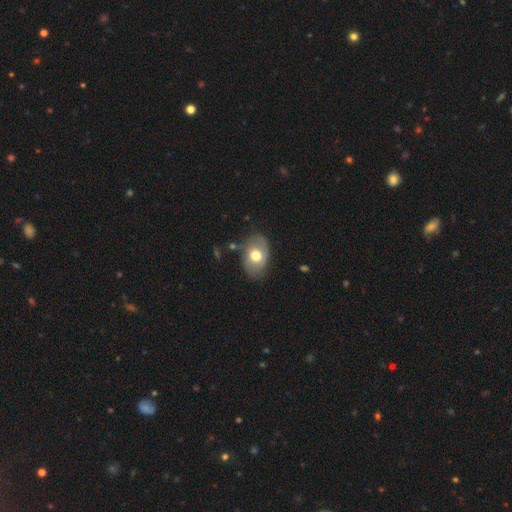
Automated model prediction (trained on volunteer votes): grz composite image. It shows a smooth galaxy with no disk features (63%) that is in between round and cigar-shaped (82%). Merging: none (70%).